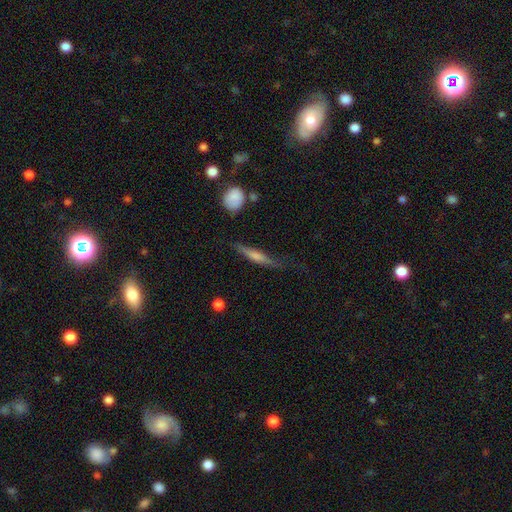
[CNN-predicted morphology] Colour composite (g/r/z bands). It shows a featured or disk galaxy (58%) viewed edge-on (91%) with a rounded central bulge (67%). Merging: none (68%).